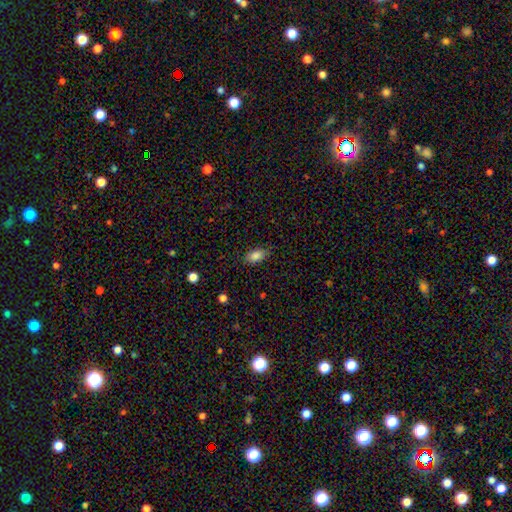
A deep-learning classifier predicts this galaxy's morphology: smooth_or_featured: smooth (p=0.84) [alt: star or artifact p=0.09]
how_rounded: in between (p=0.89) [alt: round p=0.07]
merging: none (p=0.82) [alt: minor disturbance p=0.14]